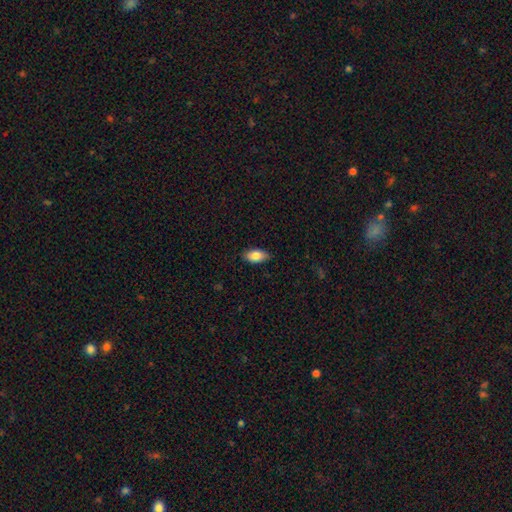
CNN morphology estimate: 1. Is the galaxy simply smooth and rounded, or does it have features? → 84% smooth, 9% featured or disk, 7% star or artifact.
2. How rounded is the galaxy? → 92% in between, 4% round, 4% cigar-shaped.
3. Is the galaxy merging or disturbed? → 85% none, 12% minor disturbance, 2% major disturbance, 1% merger.